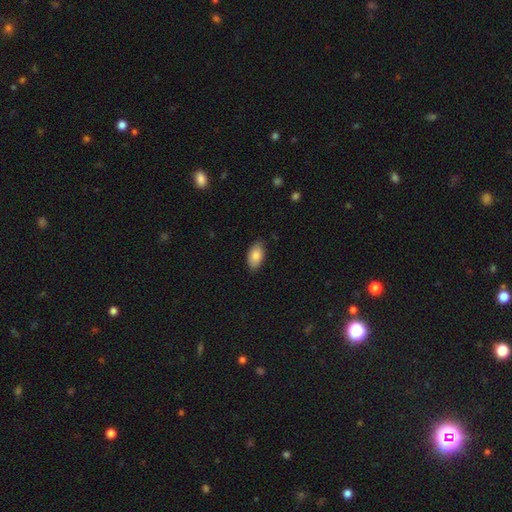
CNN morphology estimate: Smooth or featured? smooth (86%)
How rounded? in between (94%)
Merging? none (81%)